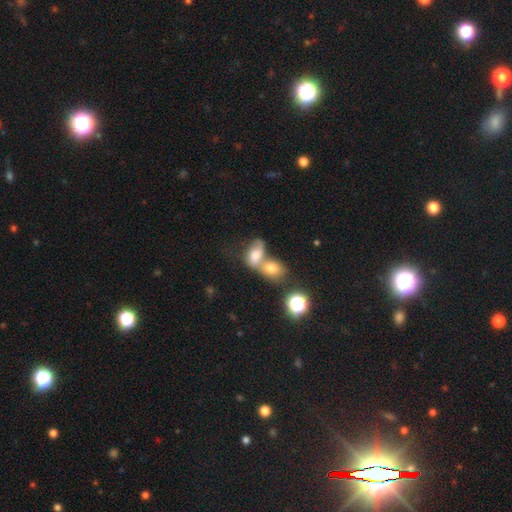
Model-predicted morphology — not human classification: Smooth or featured?
  - smooth: 68% *
  - featured or disk: 20%
  - star or artifact: 12%
How rounded?
  - in between: 78% *
  - round: 20%
  - cigar-shaped: 2%
Merging?
  - merger: 71% *
  - none: 15%
  - minor disturbance: 7%
  - major disturbance: 6%